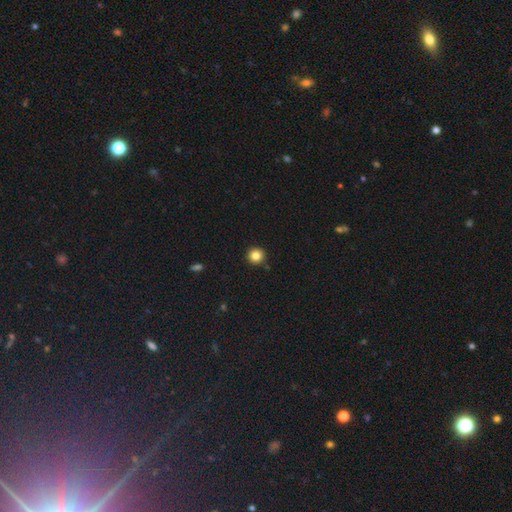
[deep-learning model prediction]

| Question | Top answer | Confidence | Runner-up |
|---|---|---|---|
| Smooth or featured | smooth | 84% | star or artifact (11%) |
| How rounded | round | 95% | in between (4%) |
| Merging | none | 92% | minor disturbance (5%) |